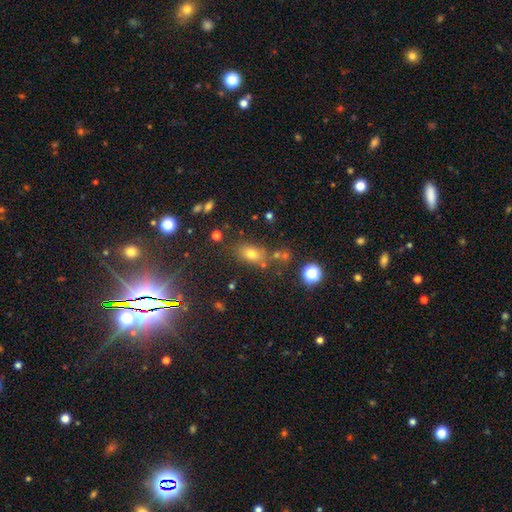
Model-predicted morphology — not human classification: Smooth or featured? Predicted: smooth (p=0.72). How rounded? Predicted: in between (p=0.74). Merging? Predicted: none (p=0.71).